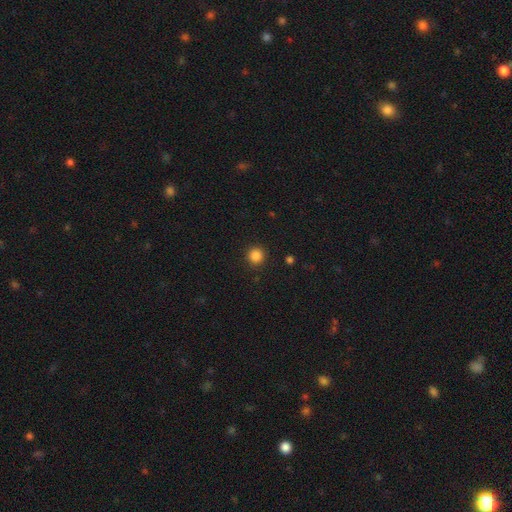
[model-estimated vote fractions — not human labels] Q: Smooth or featured?
A: smooth (85%); runner-up: star or artifact (11%)
Q: How rounded?
A: round (94%); runner-up: in between (5%)
Q: Merging?
A: none (92%); runner-up: minor disturbance (5%)